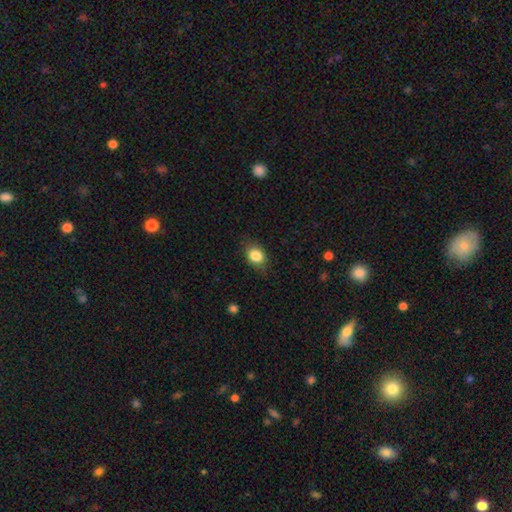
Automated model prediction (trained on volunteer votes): Smooth or featured? smooth (85%)
How rounded? in between (58%)
Merging? none (78%)